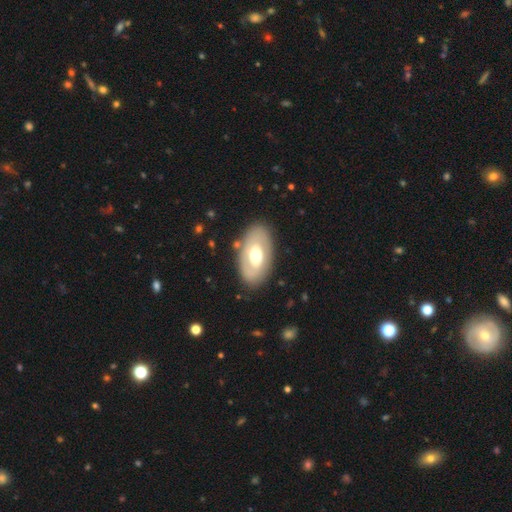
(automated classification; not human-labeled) This is possibly a featured or disk galaxy (48%). Merging: clearly none (81%).